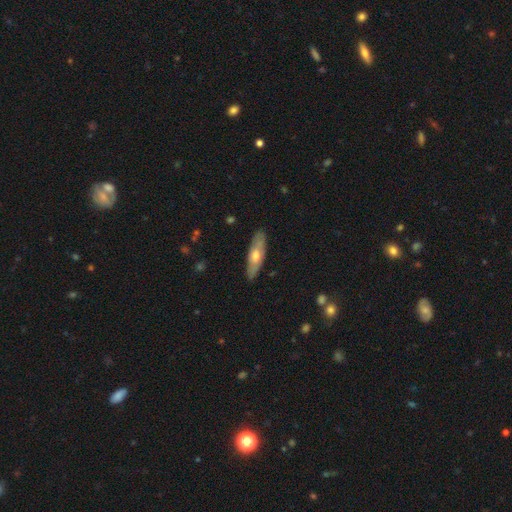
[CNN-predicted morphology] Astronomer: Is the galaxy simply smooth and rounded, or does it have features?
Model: featured or disk — 48% (runner-up: smooth, 47%).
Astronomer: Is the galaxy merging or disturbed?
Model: none — 86%.